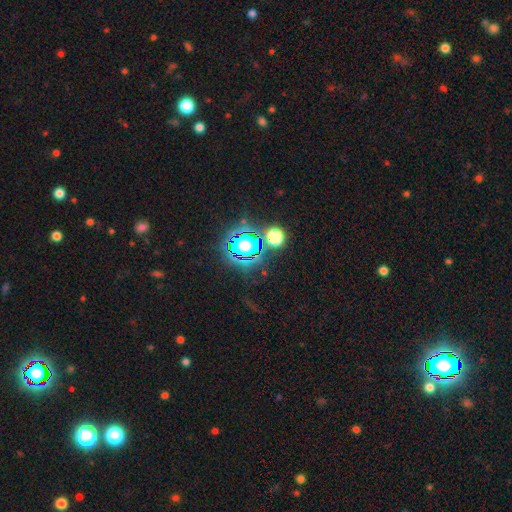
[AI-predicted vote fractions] star or artifact 80%, smooth 13%, featured or disk 7%.